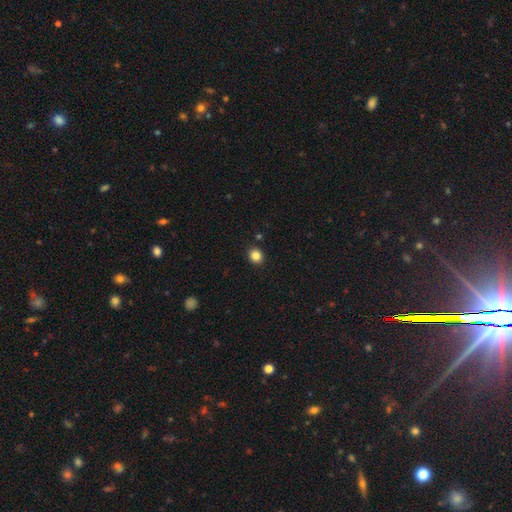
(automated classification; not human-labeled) The model was most divided on "how rounded": round: 78%, in between: 21%, cigar-shaped: 1%. More confident: merging — none (91%); smooth or featured — smooth (85%).